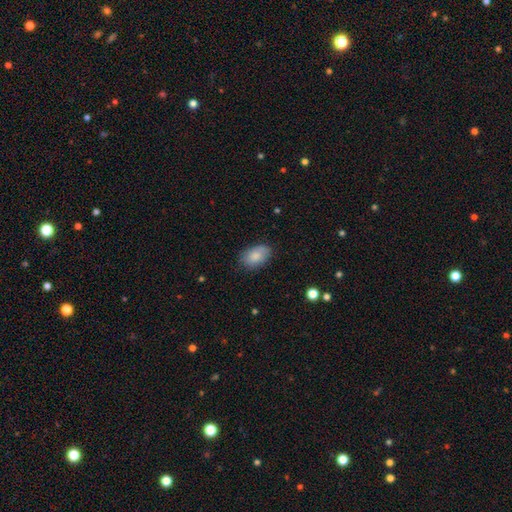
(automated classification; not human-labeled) Smooth or featured? smooth (81%)
How rounded? in between (89%)
Merging? none (77%)